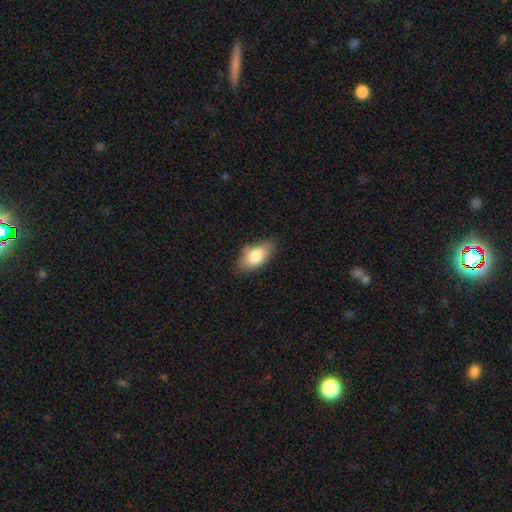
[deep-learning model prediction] Smooth or featured?
  - smooth: 80% *
  - featured or disk: 14%
  - star or artifact: 7%
How rounded?
  - in between: 91% *
  - cigar-shaped: 5%
  - round: 4%
Merging?
  - none: 75% *
  - minor disturbance: 20%
  - major disturbance: 4%
  - merger: 1%